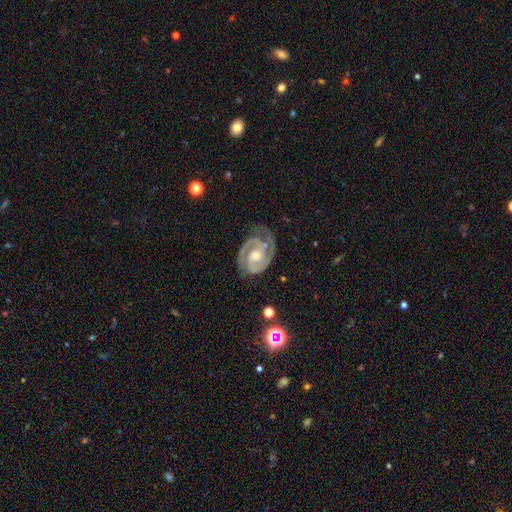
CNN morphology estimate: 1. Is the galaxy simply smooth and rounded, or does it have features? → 92% featured or disk, 5% star or artifact, 4% smooth.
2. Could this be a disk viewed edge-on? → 98% no, 2% yes.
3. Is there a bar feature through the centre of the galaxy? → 55% no, 33% weak, 12% strong.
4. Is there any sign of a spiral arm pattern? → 98% yes, 2% no.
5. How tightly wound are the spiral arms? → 64% tight, 32% medium, 4% loose.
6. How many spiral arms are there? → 82% 2, 9% 3, 3% can't tell, 2% 1, 2% 4, 2% more than 4.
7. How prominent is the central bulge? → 57% moderate, 38% small, 3% large, 2% none, 1% dominant.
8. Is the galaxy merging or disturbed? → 76% none, 17% minor disturbance, 6% major disturbance, 1% merger.